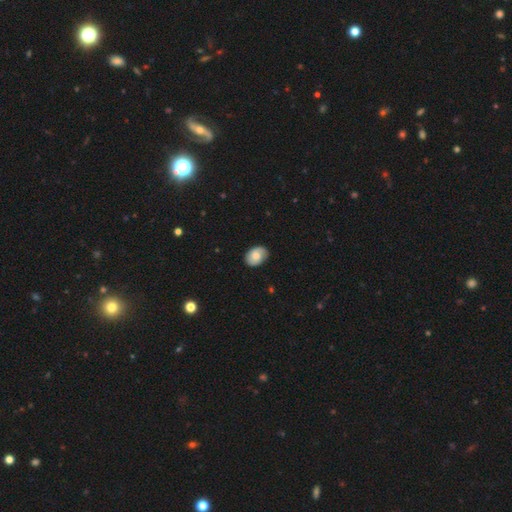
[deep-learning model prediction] A smooth galaxy with no disk features (59%) that is in between round and cigar-shaped (74%). Merging: none (81%).